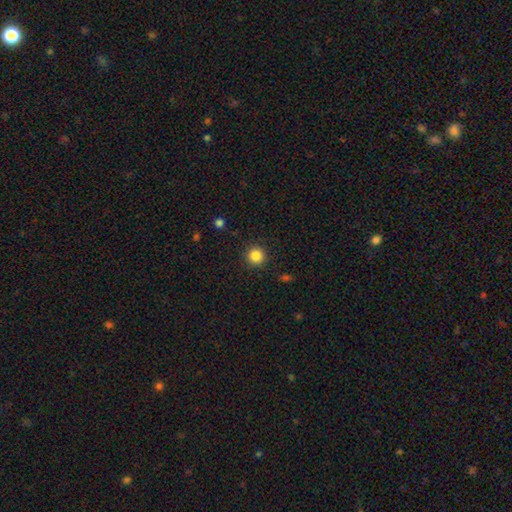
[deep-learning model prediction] This appears to be a smooth galaxy with no disk features (85%) that is round (95%). Merging: none (91%).